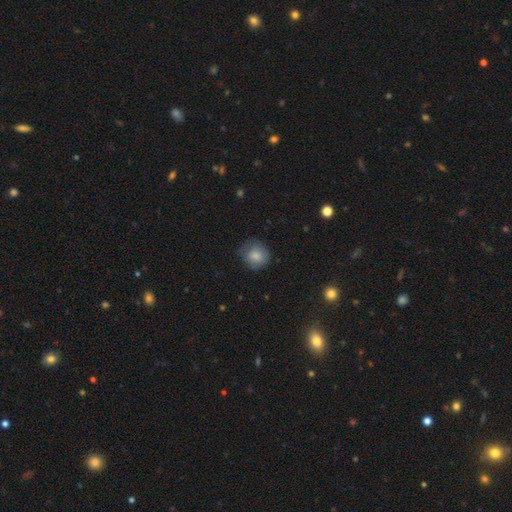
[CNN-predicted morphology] This appears to be a smooth galaxy with no disk features (81%) that is round (88%). Merging: none (66%).